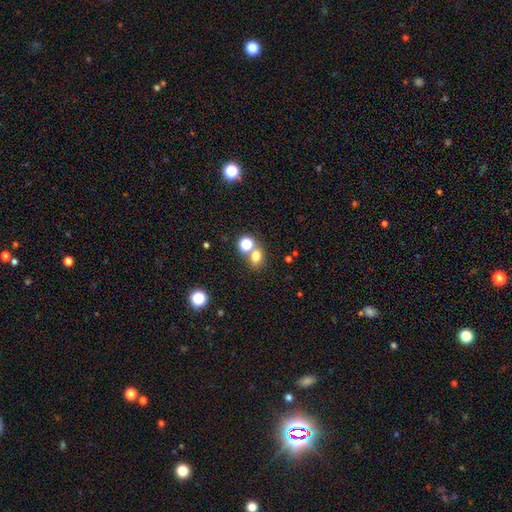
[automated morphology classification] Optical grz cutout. It shows a smooth galaxy with no disk features (72%) that is round (58%). Merging: none (56%).